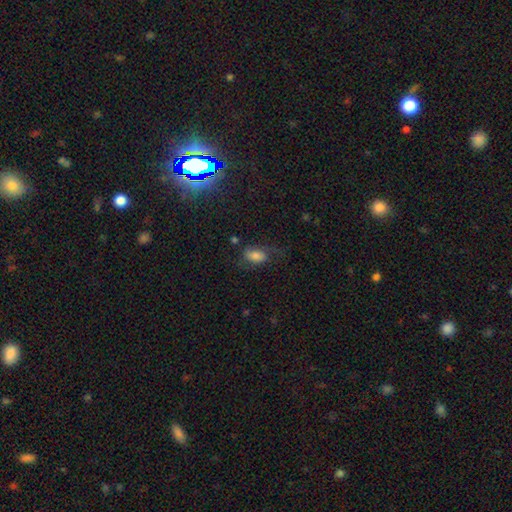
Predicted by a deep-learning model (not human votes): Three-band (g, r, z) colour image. It shows a smooth galaxy with no disk features (67%) that is in between round and cigar-shaped (87%). Merging: none (54%).